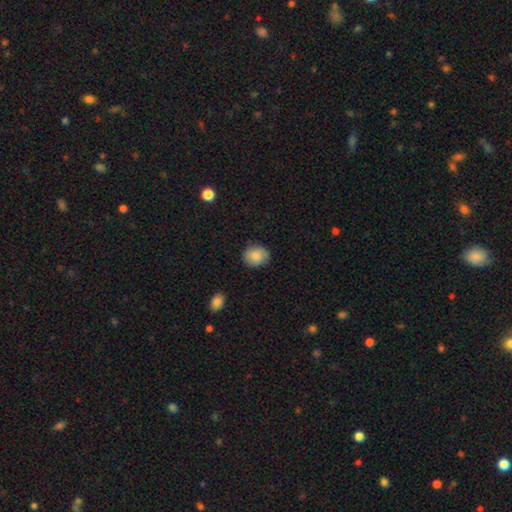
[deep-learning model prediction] A smooth galaxy with no disk features (84%) that is round (69%). Merging: none (83%).